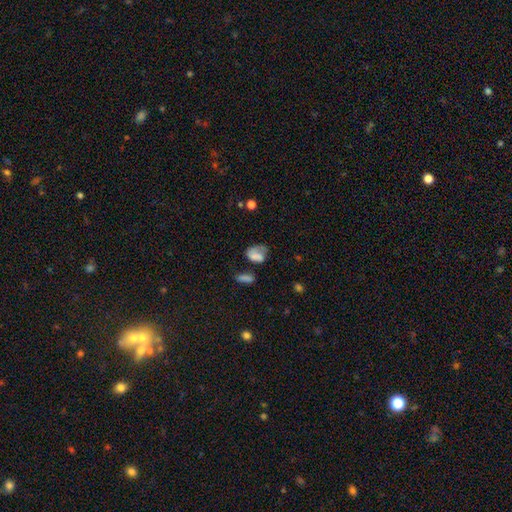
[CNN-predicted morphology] Q: Smooth or featured?
A: smooth (66%); runner-up: featured or disk (22%)
Q: How rounded?
A: in between (76%); runner-up: round (21%)
Q: Merging?
A: none (30%); runner-up: major disturbance (29%)